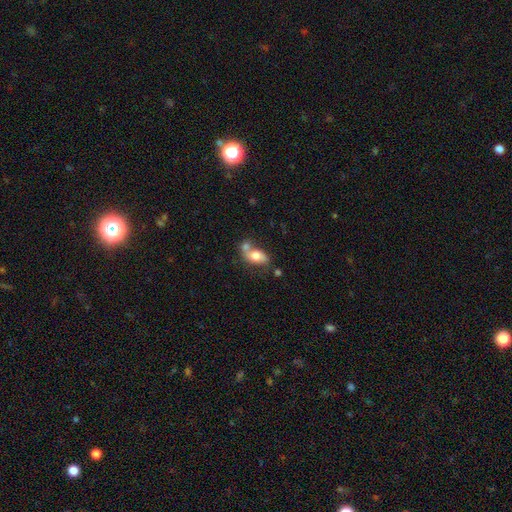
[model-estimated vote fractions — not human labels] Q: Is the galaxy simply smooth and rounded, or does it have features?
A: smooth — 68%.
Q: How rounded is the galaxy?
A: in between — 86%.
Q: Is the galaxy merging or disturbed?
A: merger — 46%.